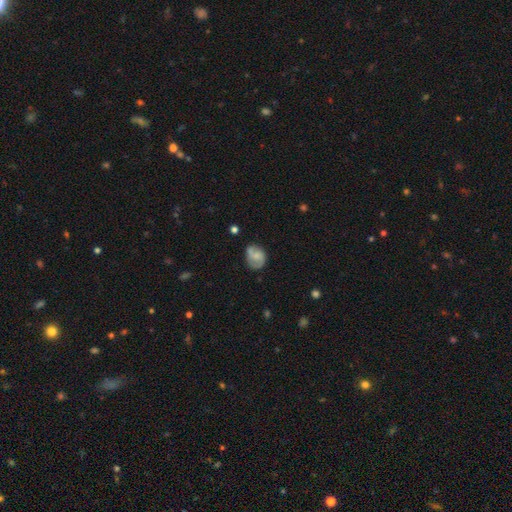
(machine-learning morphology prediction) Smooth or featured?
  - smooth: 48% *
  - featured or disk: 43%
  - star or artifact: 8%
Merging?
  - none: 55% *
  - minor disturbance: 29%
  - major disturbance: 12%
  - merger: 5%